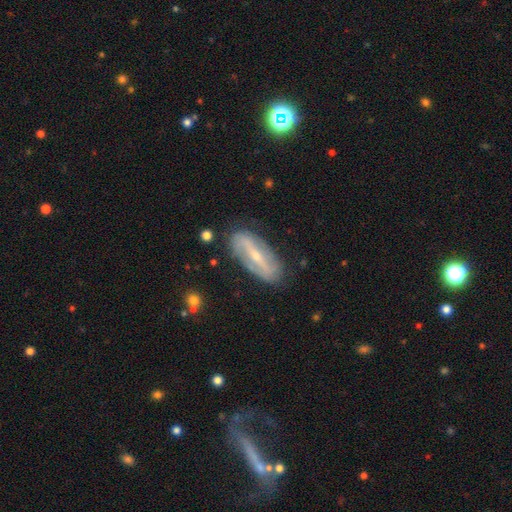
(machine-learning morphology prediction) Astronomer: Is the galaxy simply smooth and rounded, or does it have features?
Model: featured or disk — 76%.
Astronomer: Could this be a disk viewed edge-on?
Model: no — 79%.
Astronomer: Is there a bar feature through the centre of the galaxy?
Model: strong — 67%.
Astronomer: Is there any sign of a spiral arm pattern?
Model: yes — 64%.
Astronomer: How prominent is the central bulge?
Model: small — 66%.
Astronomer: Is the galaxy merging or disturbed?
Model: none — 81%.